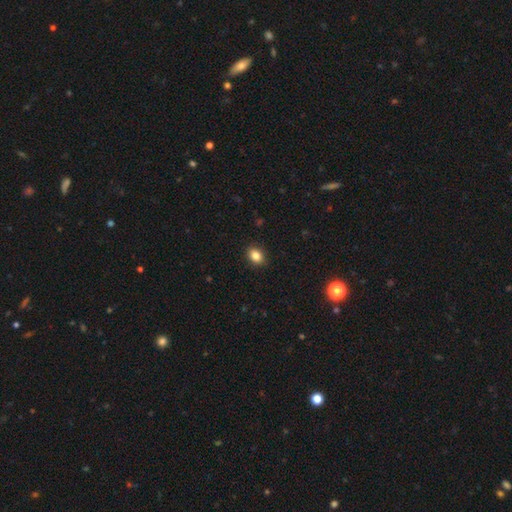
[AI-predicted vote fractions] smooth-or-featured: smooth: 85% | star or artifact: 9% | featured or disk: 5%
  how-rounded: in between: 71% | round: 28% | cigar-shaped: 1%
  merging: none: 90% | minor disturbance: 7% | major disturbance: 2% | merger: 1%